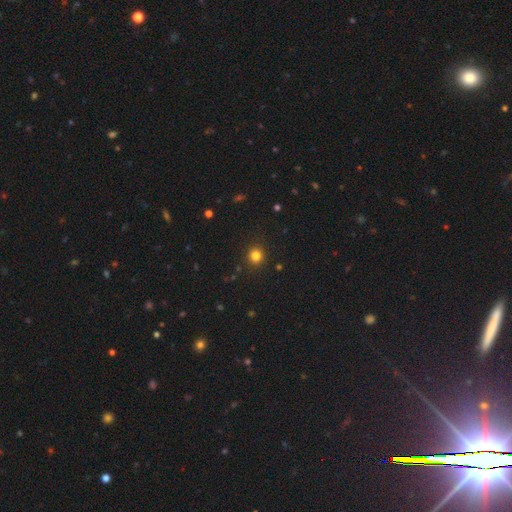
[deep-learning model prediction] Smooth or featured? Predicted: smooth (p=0.81). How rounded? Predicted: round (p=0.91). Merging? Predicted: none (p=0.92).